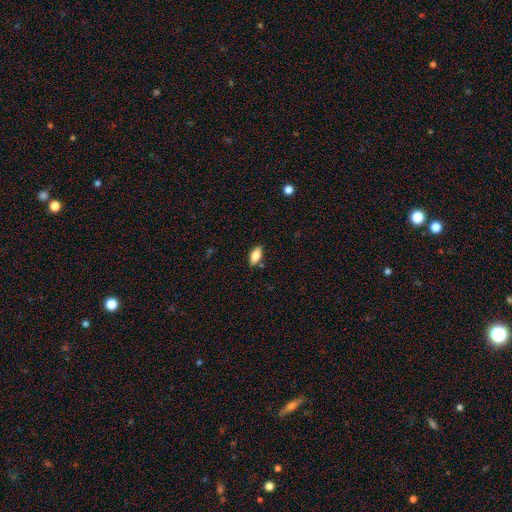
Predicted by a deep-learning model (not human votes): This is likely a smooth galaxy (78%). How rounded: clearly in between (88%). Merging: clearly none (83%).